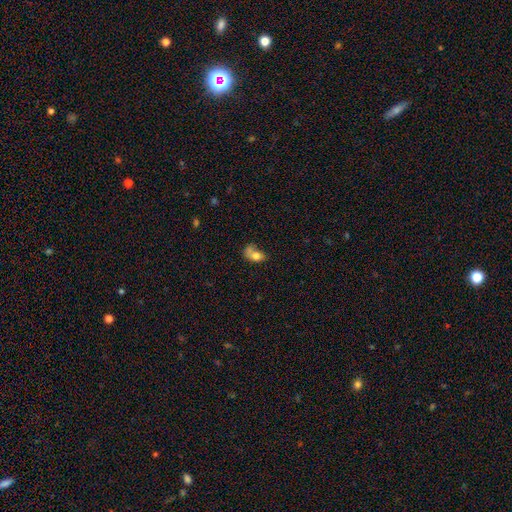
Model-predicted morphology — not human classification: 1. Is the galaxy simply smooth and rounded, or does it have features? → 71% smooth, 19% featured or disk, 10% star or artifact.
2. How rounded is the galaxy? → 74% in between, 24% round, 2% cigar-shaped.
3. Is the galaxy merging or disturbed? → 27% none, 26% major disturbance, 24% merger, 23% minor disturbance.